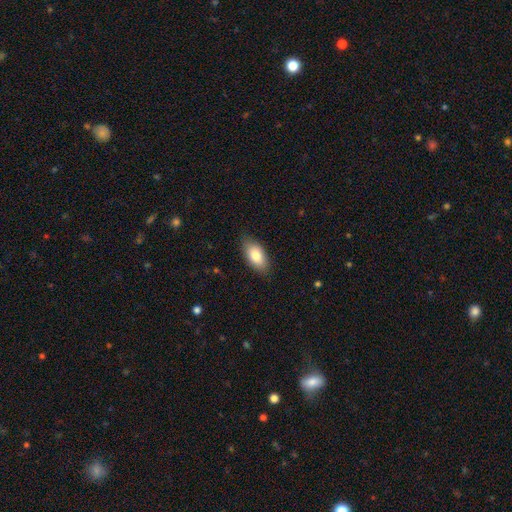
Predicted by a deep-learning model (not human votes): A smooth galaxy with no disk features (80%) that is in between round and cigar-shaped (91%). Merging: none (83%).